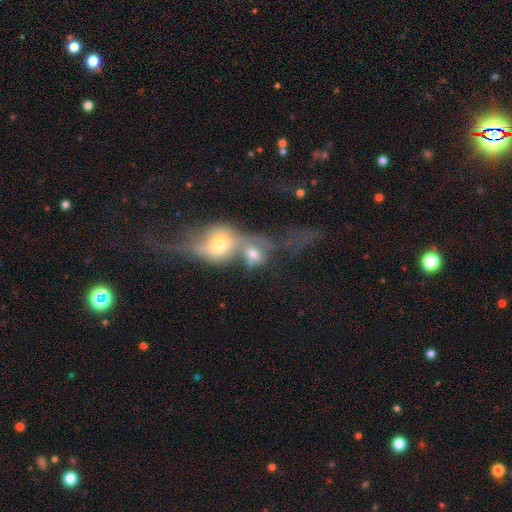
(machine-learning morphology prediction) A smooth galaxy with no disk features (45%).

Vote fractions:
- Smooth or featured? smooth: 45% / featured or disk: 43% / star or artifact: 12%
- Merging? merger: 74% / none: 11% / major disturbance: 9% / minor disturbance: 5%